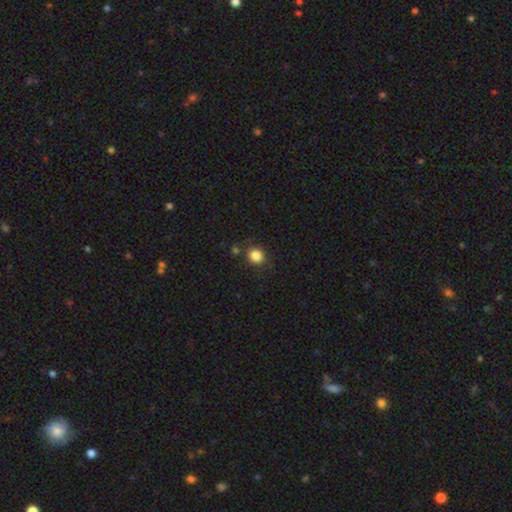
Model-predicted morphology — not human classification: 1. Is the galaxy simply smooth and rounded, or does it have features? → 84% smooth, 11% star or artifact, 5% featured or disk.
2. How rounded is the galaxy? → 84% round, 15% in between, 1% cigar-shaped.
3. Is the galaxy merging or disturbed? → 81% none, 11% minor disturbance, 5% merger, 3% major disturbance.